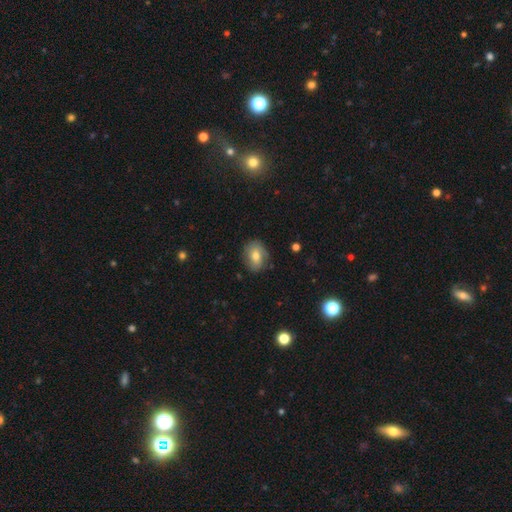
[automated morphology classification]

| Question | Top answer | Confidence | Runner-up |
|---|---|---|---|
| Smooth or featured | smooth | 61% | featured or disk (30%) |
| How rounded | in between | 64% | round (35%) |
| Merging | none | 76% | minor disturbance (18%) |